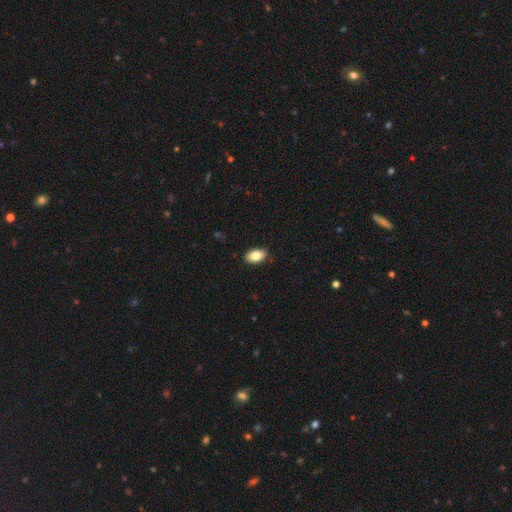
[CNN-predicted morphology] type=smooth (83%); roundness=in between (92%); merging=none (88%).